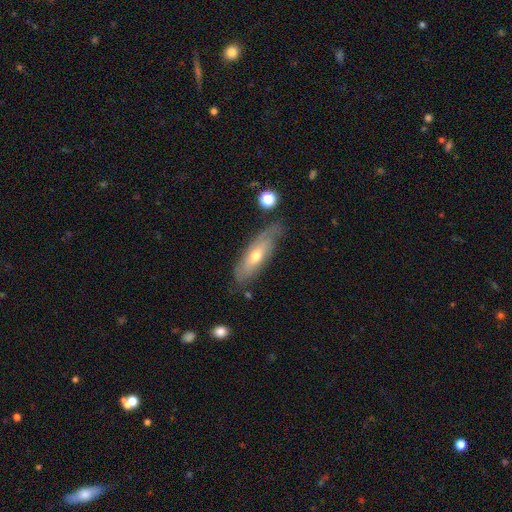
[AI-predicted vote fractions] The model was most divided on "smooth or featured": featured or disk: 51%, smooth: 43%, star or artifact: 7%. More confident: merging — none (66%); edge-on disk — no (62%).